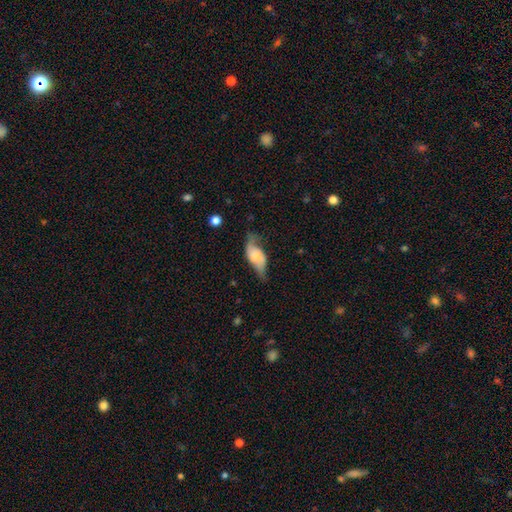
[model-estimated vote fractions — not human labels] This is possibly a featured or disk galaxy (50%). It is likely not viewed edge-on (79%). Merging: marginally none (45%).